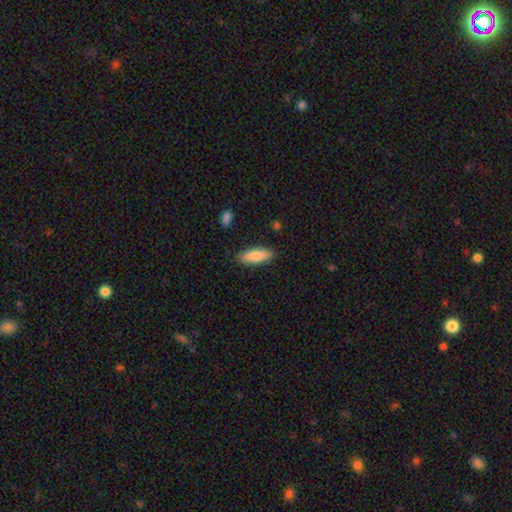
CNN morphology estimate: type=smooth (83%); roundness=in between (57%); merging=none (87%).